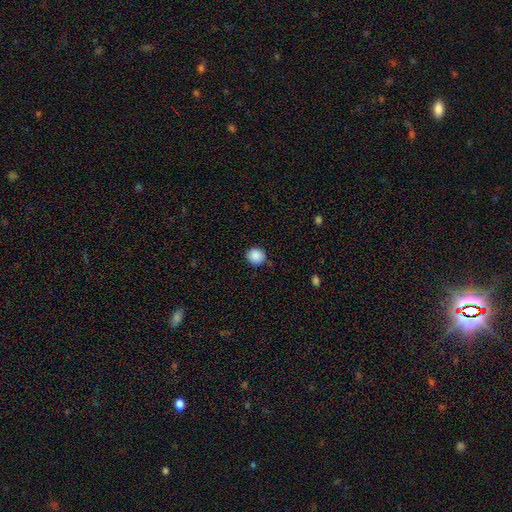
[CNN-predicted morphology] smooth_or_featured: smooth (p=0.89) [alt: star or artifact p=0.08]
how_rounded: round (p=0.91) [alt: in between p=0.08]
merging: none (p=0.88) [alt: minor disturbance p=0.08]